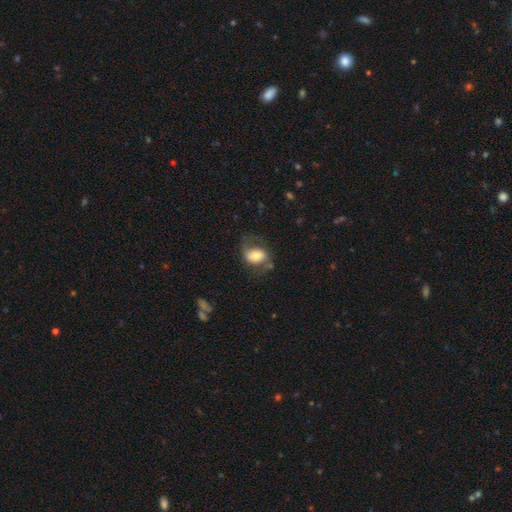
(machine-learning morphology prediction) smooth_or_featured: smooth (p=0.59) [alt: featured or disk p=0.34]
how_rounded: in between (p=0.71) [alt: round p=0.28]
merging: none (p=0.55) [alt: minor disturbance p=0.24]